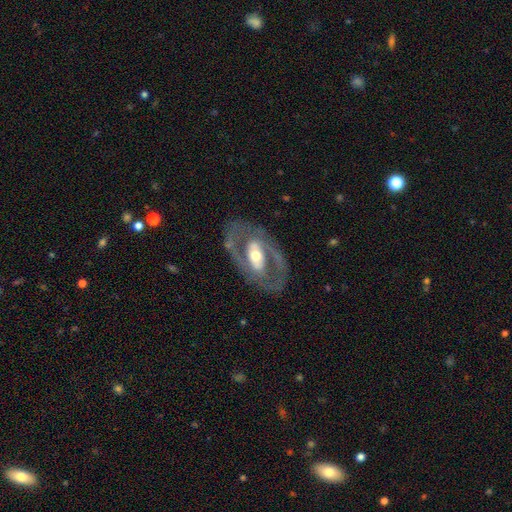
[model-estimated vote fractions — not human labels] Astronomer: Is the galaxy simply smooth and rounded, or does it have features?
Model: featured or disk — 81%.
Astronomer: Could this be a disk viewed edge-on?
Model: no — 92%.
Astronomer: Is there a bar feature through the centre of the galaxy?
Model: strong — 35% (runner-up: no, 34%).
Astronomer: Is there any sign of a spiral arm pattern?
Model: yes — 67%.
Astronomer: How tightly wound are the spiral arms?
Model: medium — 50% (runner-up: tight, 30%).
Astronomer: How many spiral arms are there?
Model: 2 — 84%.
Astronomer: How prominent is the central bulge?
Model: moderate — 66%.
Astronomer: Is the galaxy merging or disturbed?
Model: none — 77%.